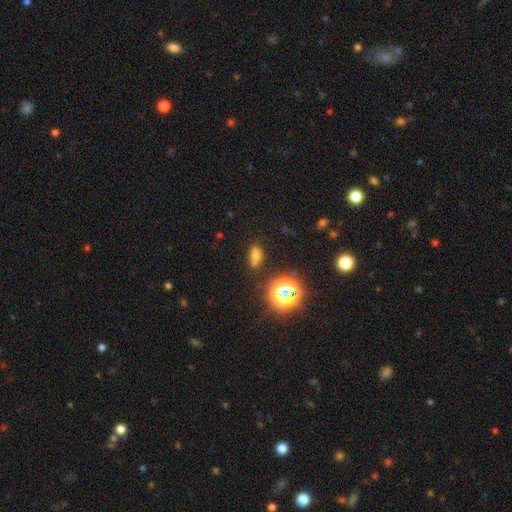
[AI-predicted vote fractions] smooth 59%, star or artifact 29%, featured or disk 12%. Down the decision tree: how rounded — in between (63%); merging — none (53%).